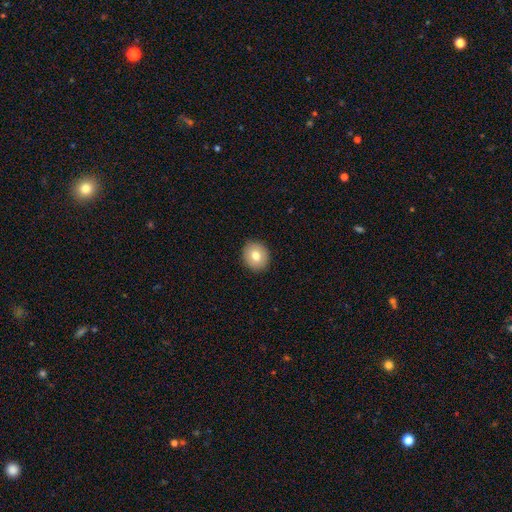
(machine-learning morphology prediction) This appears to be a smooth galaxy with no disk features (77%) that is round (81%). Merging: none (91%).